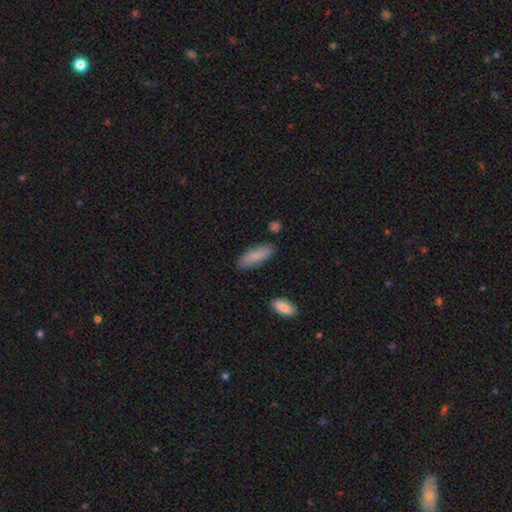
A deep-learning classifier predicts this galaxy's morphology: Smooth or featured? smooth (84%)
How rounded? in between (67%)
Merging? none (83%)